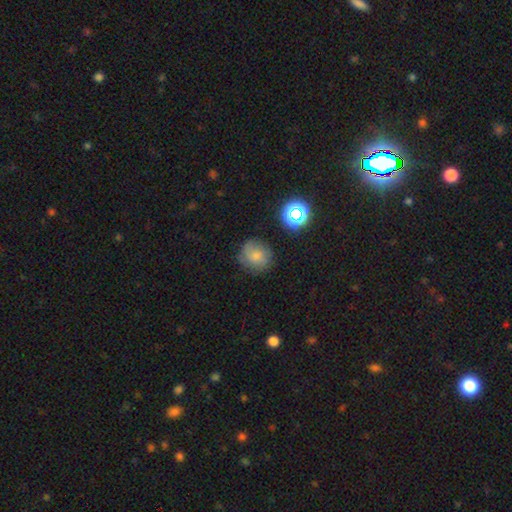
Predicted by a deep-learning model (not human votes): Overall: smooth (68%). How rounded: round (85%). Merging: none (73%).